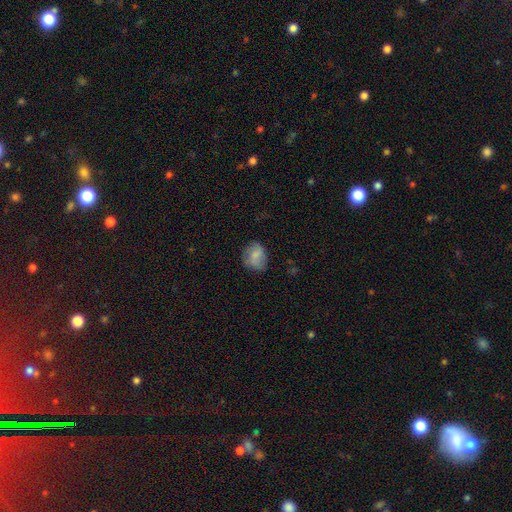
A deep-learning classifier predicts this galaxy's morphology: A smooth galaxy with no disk features (75%) that is in between round and cigar-shaped (51%). Merging: none (63%).